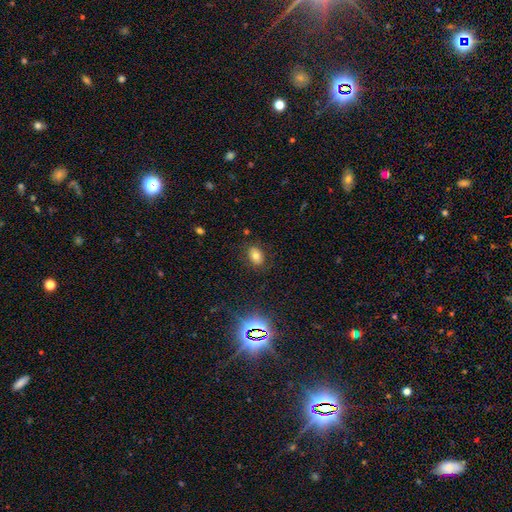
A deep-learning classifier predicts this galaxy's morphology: Q: Smooth or featured?
A: smooth (71%); runner-up: star or artifact (16%)
Q: How rounded?
A: in between (77%); runner-up: round (22%)
Q: Merging?
A: none (83%); runner-up: minor disturbance (12%)